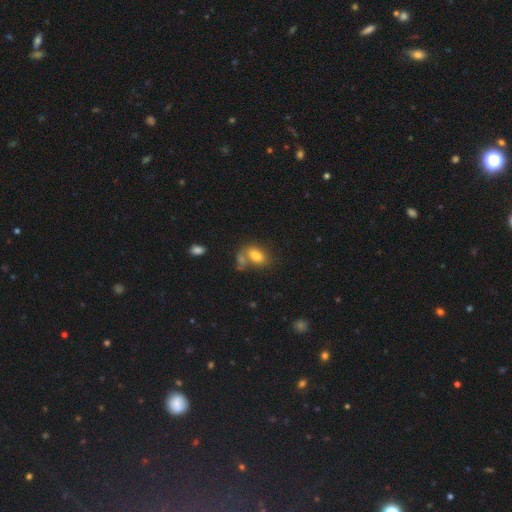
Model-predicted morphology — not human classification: Smooth or featured? smooth (79%)
How rounded? in between (86%)
Merging? none (45%)